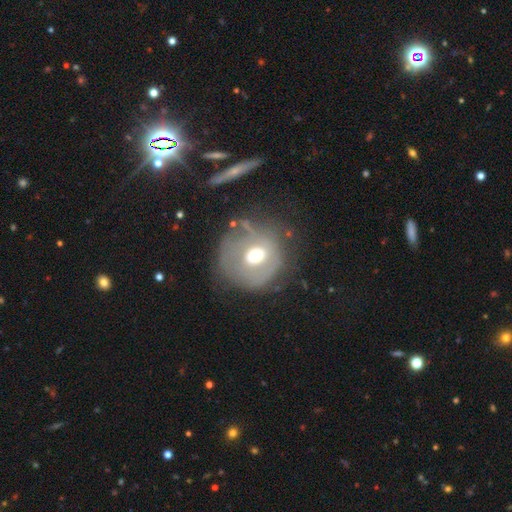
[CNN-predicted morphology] Smooth or featured? smooth (46%)
Merging? none (48%)